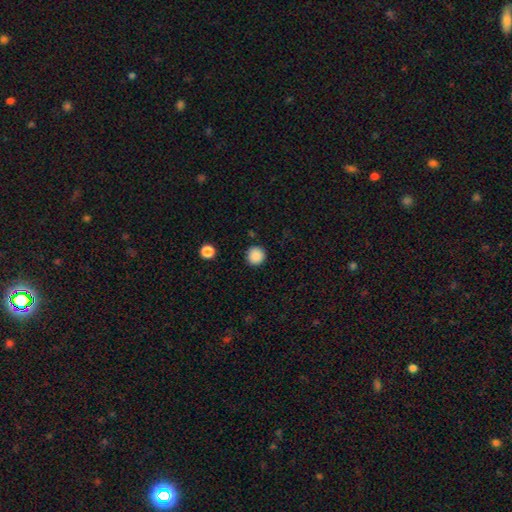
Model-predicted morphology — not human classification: A smooth galaxy with no disk features (88%) that is round (95%). Merging: none (91%).